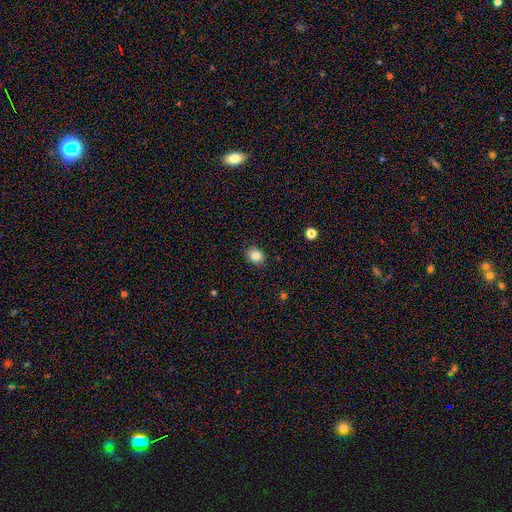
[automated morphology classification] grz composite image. It shows a smooth galaxy with no disk features (84%) that is round (51%). Merging: none (88%).